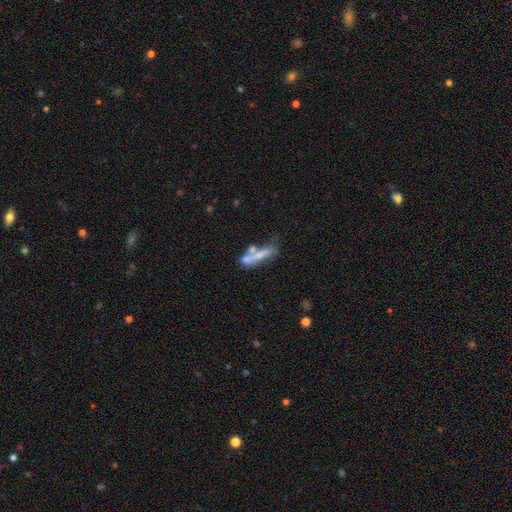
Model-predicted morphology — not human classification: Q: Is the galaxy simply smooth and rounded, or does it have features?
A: smooth — 55%.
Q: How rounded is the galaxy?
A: cigar-shaped — 74%.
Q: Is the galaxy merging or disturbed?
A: none — 37%.